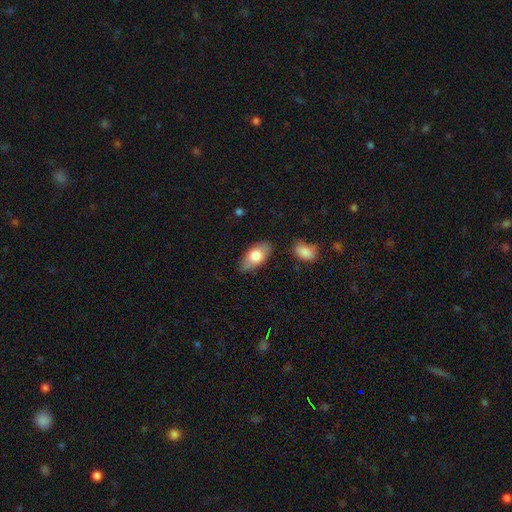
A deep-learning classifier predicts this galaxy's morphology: This is likely a smooth galaxy (75%). How rounded: clearly in between (92%). Merging: likely none (79%).